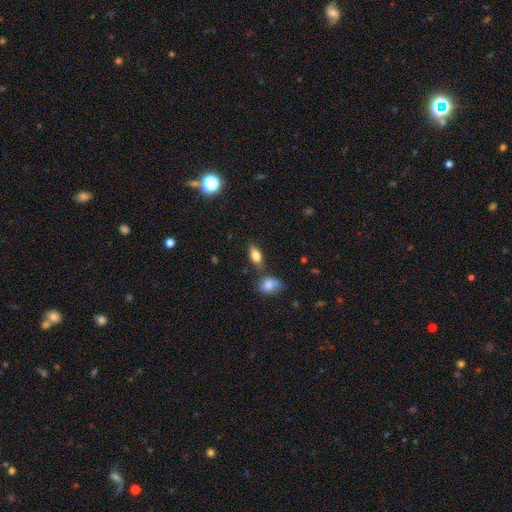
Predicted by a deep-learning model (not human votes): The model was most divided on "merging": none: 73%, minor disturbance: 13%, merger: 10%, major disturbance: 4%. More confident: how rounded — in between (84%); smooth or featured — smooth (77%).